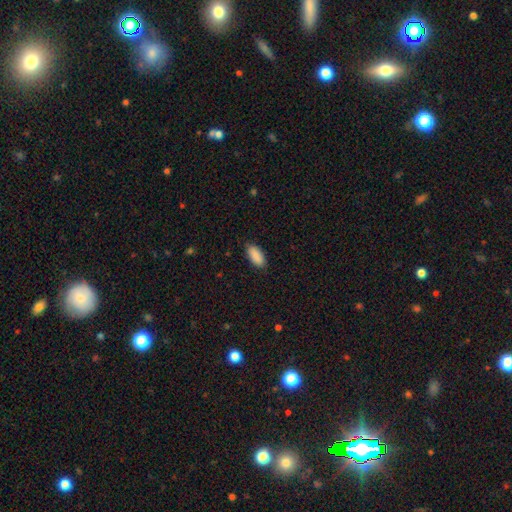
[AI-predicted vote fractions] The model was most divided on "merging": none: 87%, minor disturbance: 10%, major disturbance: 2%, merger: 1%. More confident: smooth or featured — smooth (91%); how rounded — in between (91%).